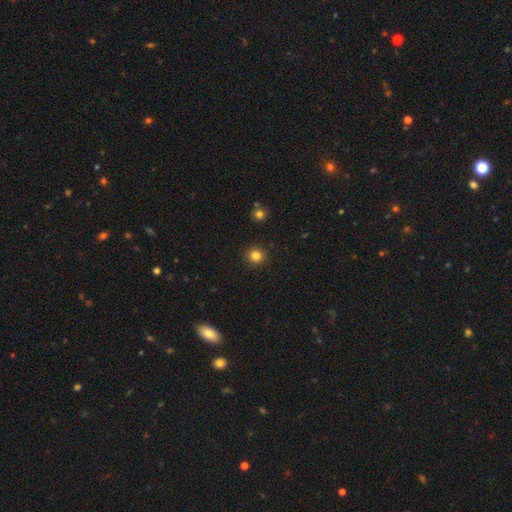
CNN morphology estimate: Overall: smooth (83%). How rounded: round (93%). Merging: none (92%).